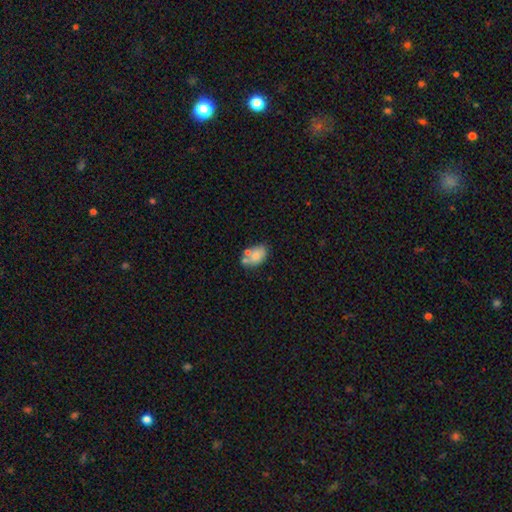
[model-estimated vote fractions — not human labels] smooth-or-featured: smooth: 71% | featured or disk: 20% | star or artifact: 9%
  how-rounded: in between: 85% | round: 13% | cigar-shaped: 1%
  merging: none: 48% | merger: 25% | minor disturbance: 20% | major disturbance: 7%